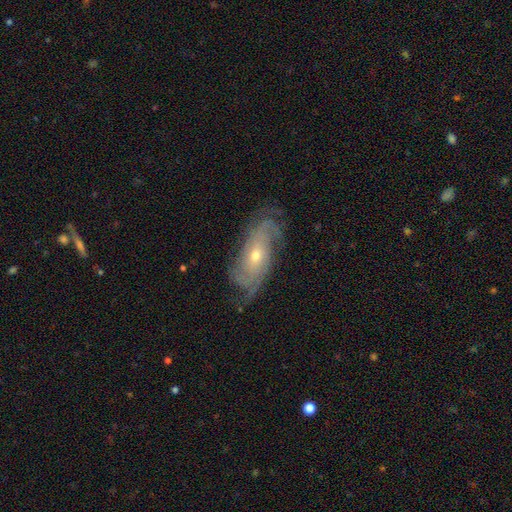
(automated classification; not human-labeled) This appears to be a featured or disk galaxy (82%) with no bar (71%), tight (43%) spiral arms (93%) and a small central bulge (53%). Merging: none (67%).